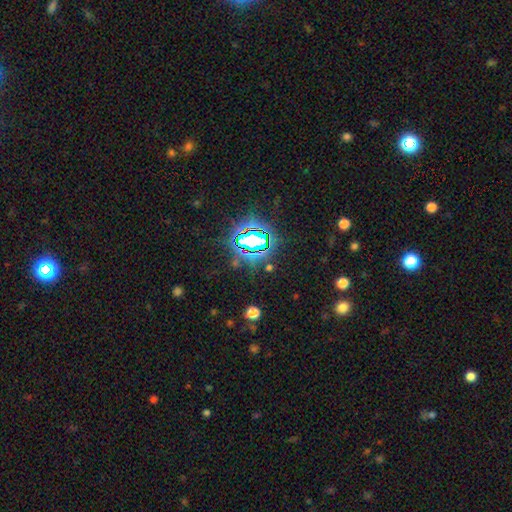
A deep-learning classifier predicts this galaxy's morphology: A star or artifact, not a galaxy (76%).

Vote fractions:
- Smooth or featured? star or artifact: 76% / smooth: 15% / featured or disk: 9%